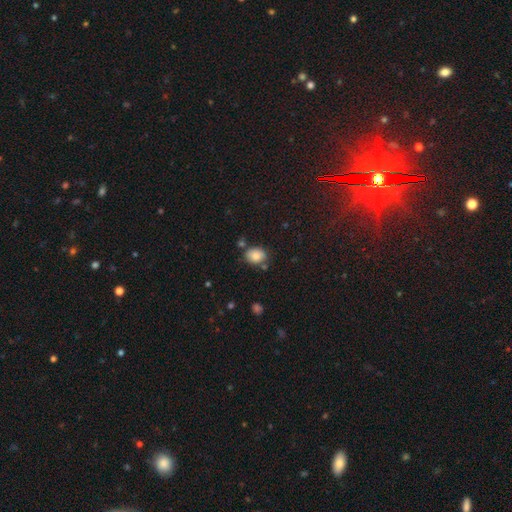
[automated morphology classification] A smooth galaxy with no disk features (85%) that is in between round and cigar-shaped (60%).

Vote fractions:
- Smooth or featured? smooth: 85% / star or artifact: 9% / featured or disk: 6%
- How rounded? in between: 60% / round: 39% / cigar-shaped: 1%
- Merging? none: 70% / minor disturbance: 16% / merger: 10% / major disturbance: 4%